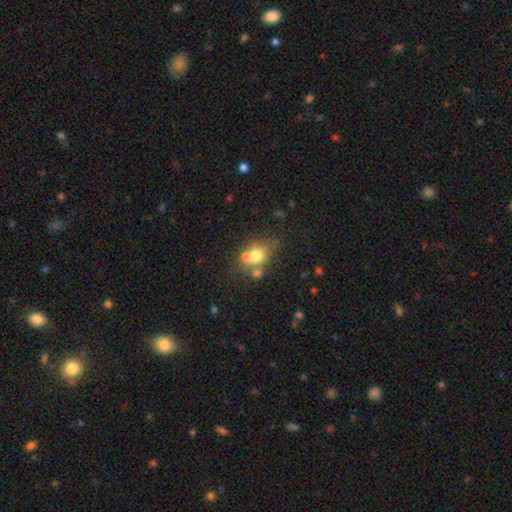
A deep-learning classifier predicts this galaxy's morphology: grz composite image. It shows a smooth galaxy with no disk features (68%) that is round (60%). Merging: none (46%).